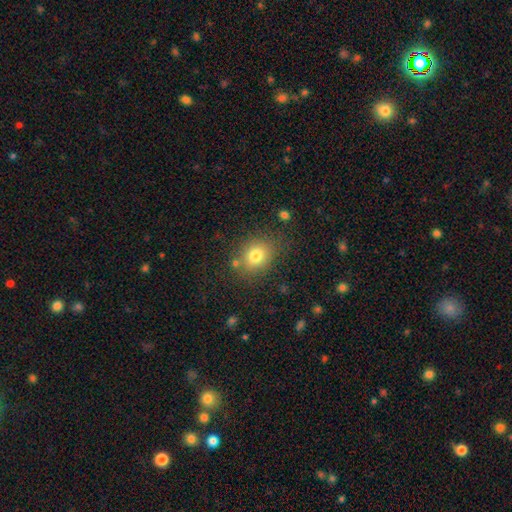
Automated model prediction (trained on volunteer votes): smooth-or-featured: smooth: 78% | star or artifact: 12% | featured or disk: 10%
  how-rounded: round: 56% | in between: 43% | cigar-shaped: 1%
  merging: none: 77% | minor disturbance: 13% | merger: 5% | major disturbance: 5%